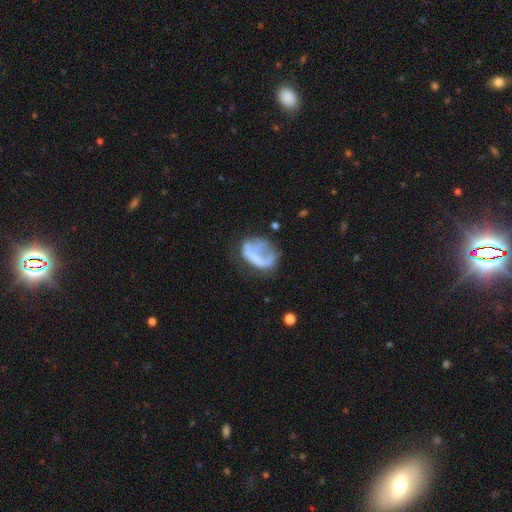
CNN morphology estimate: This appears to be a smooth galaxy with no disk features (47%). Merging: major disturbance (38%).